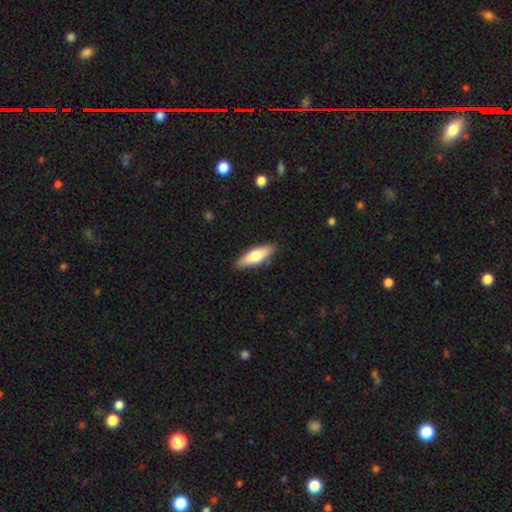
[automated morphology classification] Smooth or featured: smooth — 63% (featured or disk — 31%)
How rounded: in between — 49% (tied with cigar-shaped — 49%)
Merging: none — 87% (minor disturbance — 10%)